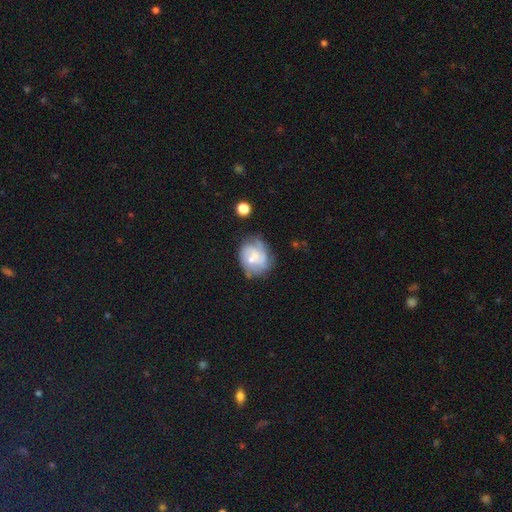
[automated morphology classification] A featured or disk galaxy (57%) with no bar (67%), spiral arms (70%) and a small central bulge (49%). Merging: none (49%).